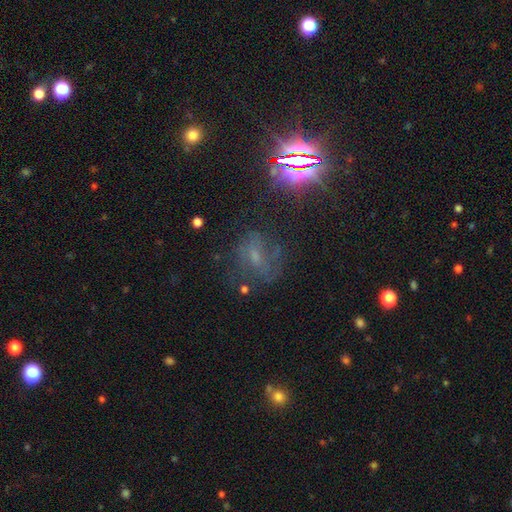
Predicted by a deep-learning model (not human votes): Smooth or featured?
  - star or artifact: 43% *
  - featured or disk: 34%
  - smooth: 24%